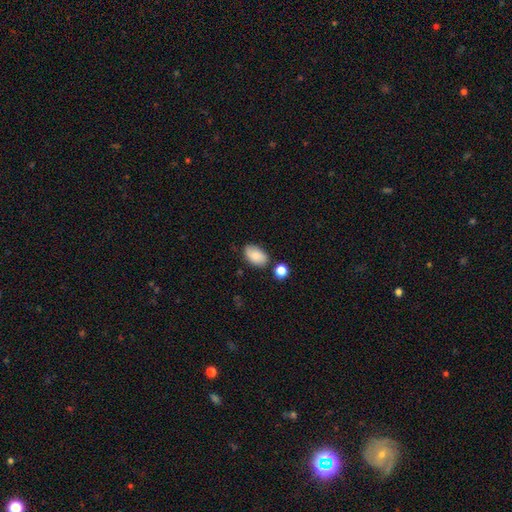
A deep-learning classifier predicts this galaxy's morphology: smooth 82%, featured or disk 10%, star or artifact 8%. Down the decision tree: how rounded — in between (91%); merging — none (70%).